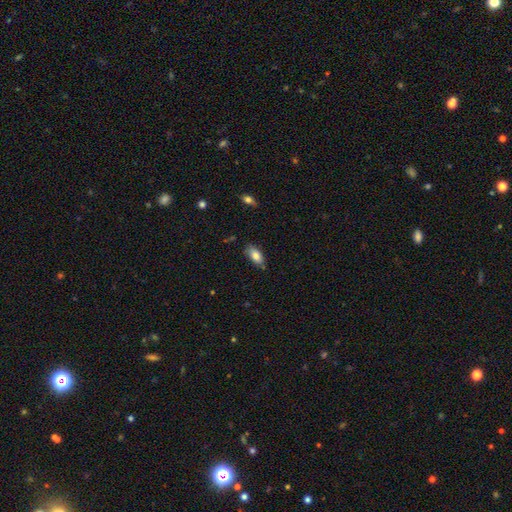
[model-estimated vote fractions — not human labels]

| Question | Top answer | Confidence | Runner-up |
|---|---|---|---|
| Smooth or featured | smooth | 81% | featured or disk (12%) |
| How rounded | in between | 90% | cigar-shaped (8%) |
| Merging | none | 78% | minor disturbance (17%) |